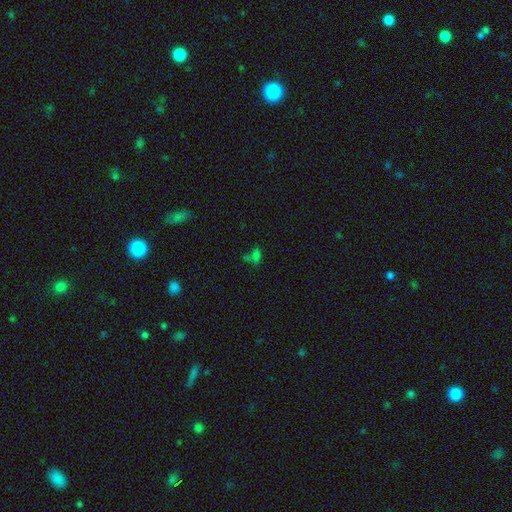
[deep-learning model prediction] Smooth or featured?
  - smooth: 55% *
  - star or artifact: 36%
  - featured or disk: 9%
How rounded?
  - in between: 74% *
  - round: 22%
  - cigar-shaped: 4%
Merging?
  - none: 45% *
  - merger: 29%
  - minor disturbance: 15%
  - major disturbance: 10%